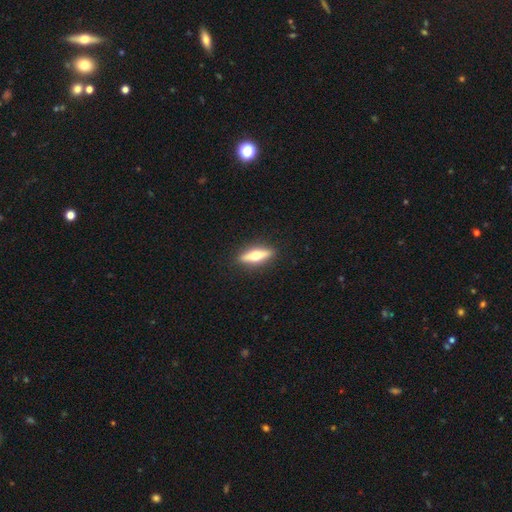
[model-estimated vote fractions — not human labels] Q: Smooth or featured?
A: featured or disk (58%); runner-up: smooth (37%)
Q: Edge-on disk?
A: yes (94%); runner-up: no (6%)
Q: Edge-on bulge?
A: rounded (96%); runner-up: boxy (2%)
Q: Merging?
A: none (91%); runner-up: minor disturbance (7%)